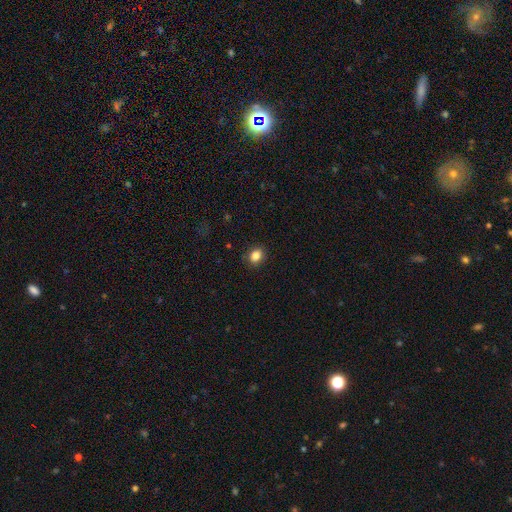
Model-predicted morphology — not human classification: Smooth or featured? Predicted: smooth (p=0.85). How rounded? Predicted: round (p=0.50). Merging? Predicted: none (p=0.87).